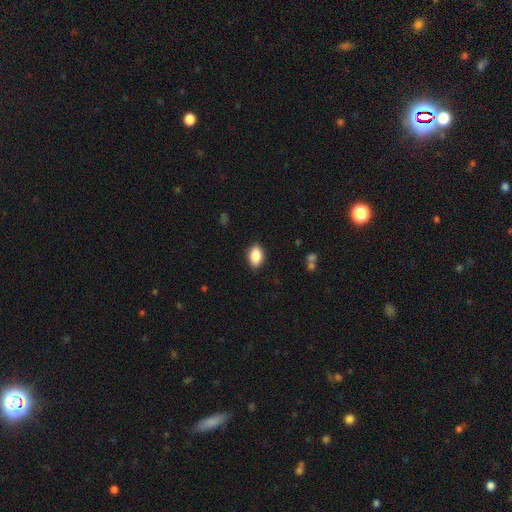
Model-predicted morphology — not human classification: smooth 87%, star or artifact 7%, featured or disk 5%. Down the decision tree: how rounded — in between (90%); merging — none (87%).